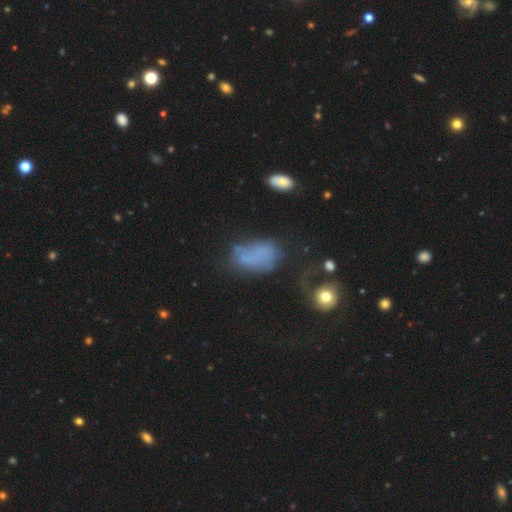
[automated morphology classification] Smooth or featured? Predicted: smooth (p=0.59). How rounded? Predicted: in between (p=0.87). Merging? Predicted: none (p=0.35).